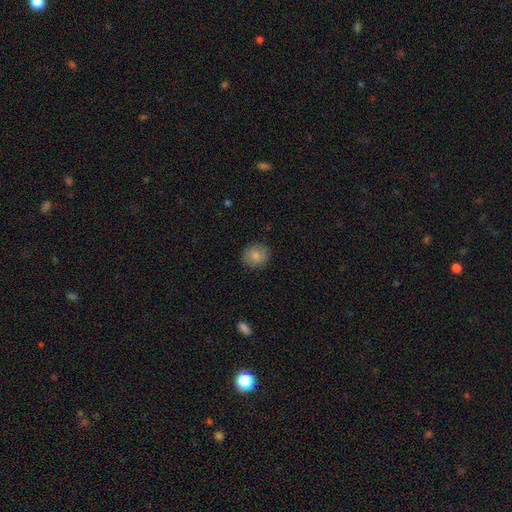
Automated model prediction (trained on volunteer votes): The model was most divided on "how rounded": round: 80%, in between: 19%, cigar-shaped: 1%. More confident: merging — none (87%); smooth or featured — smooth (82%).